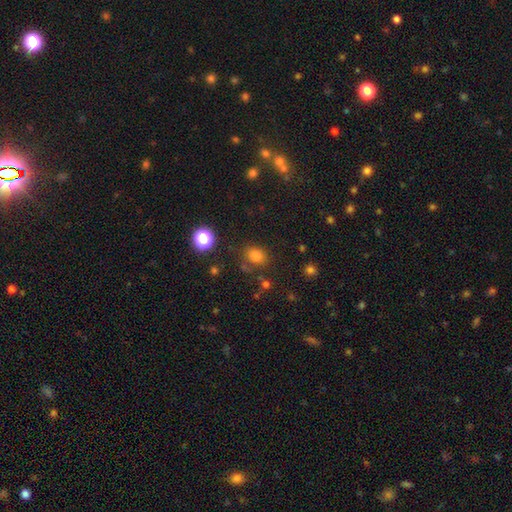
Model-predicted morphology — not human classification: Smooth or featured: smooth — 75% (star or artifact — 18%)
How rounded: round — 55% (in between — 44%)
Merging: none — 74% (minor disturbance — 15%)